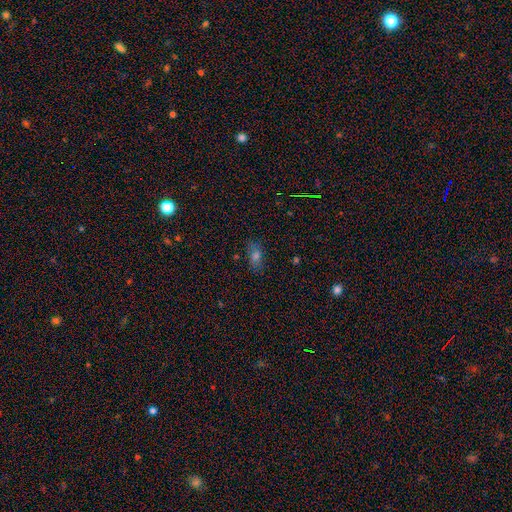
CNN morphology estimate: A smooth galaxy with no disk features (61%) that is in between round and cigar-shaped (79%).

Vote fractions:
- Smooth or featured? smooth: 61% / star or artifact: 23% / featured or disk: 16%
- How rounded? in between: 79% / round: 12% / cigar-shaped: 9%
- Merging? none: 79% / minor disturbance: 15% / major disturbance: 4% / merger: 2%